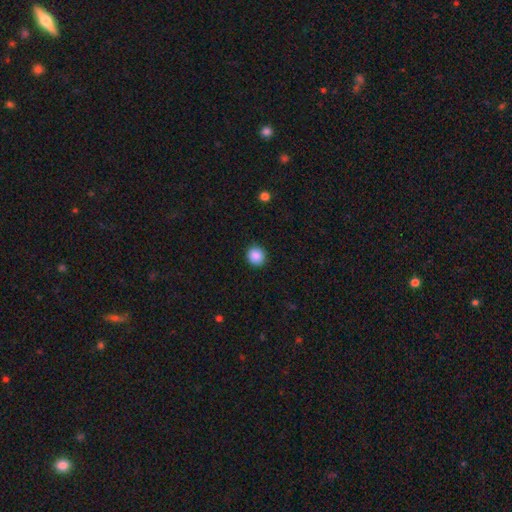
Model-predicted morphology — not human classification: smooth 88%, star or artifact 9%, featured or disk 3%. Down the decision tree: how rounded — round (91%); merging — none (91%).